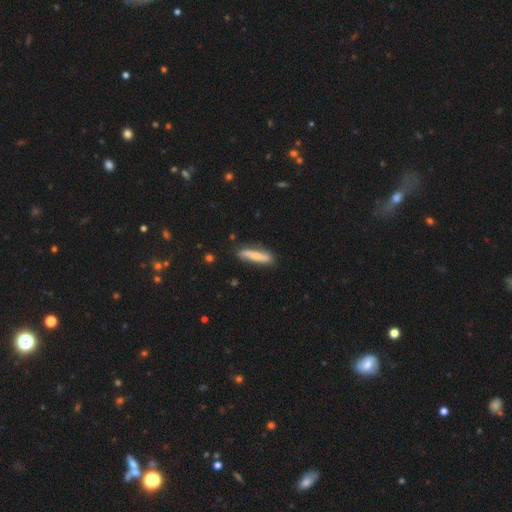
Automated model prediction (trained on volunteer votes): Smooth or featured? smooth (61%)
How rounded? cigar-shaped (82%)
Merging? none (81%)